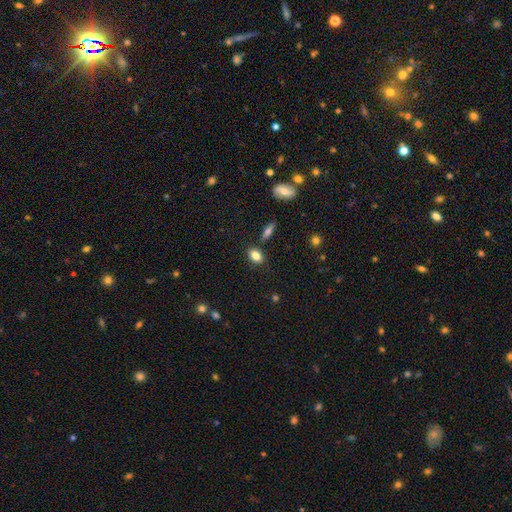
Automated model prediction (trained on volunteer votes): Morphology: type=smooth (82%); roundness=in between (80%); merging=none (78%).